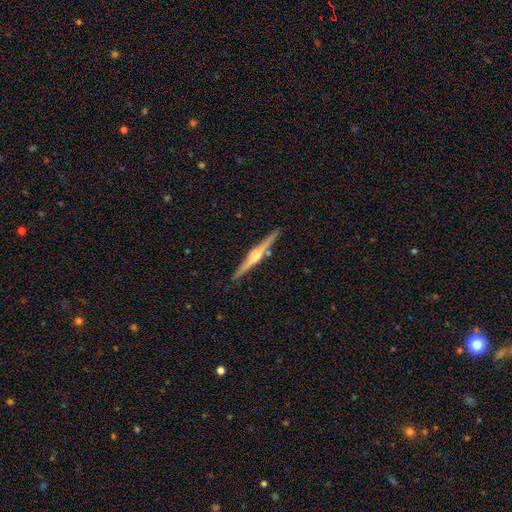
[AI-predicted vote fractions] Morphology: type=featured or disk (79%); edge-on=yes (98%); edge-on bulge=rounded (80%); merging=none (90%).